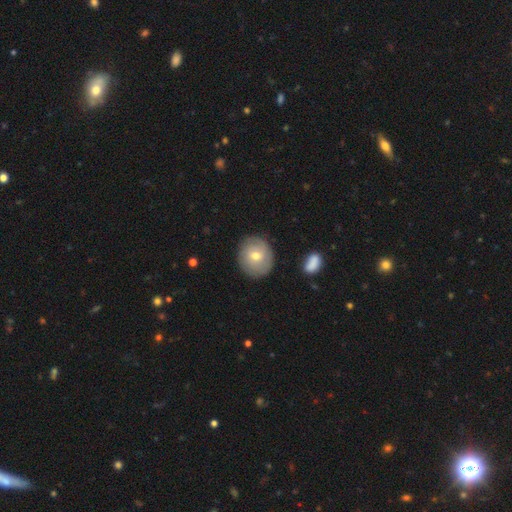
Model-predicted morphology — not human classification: A smooth galaxy with no disk features (60%) that is round (79%). Merging: none (83%).